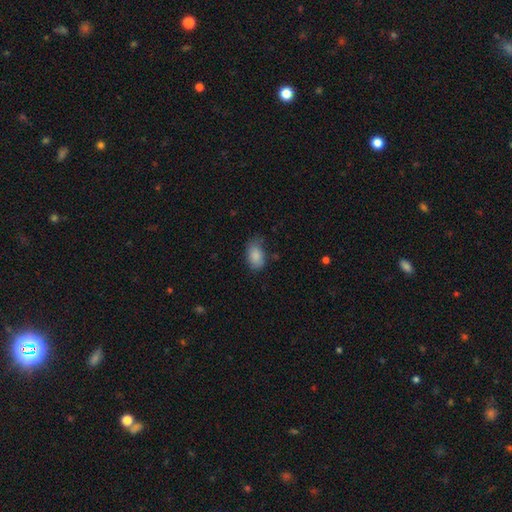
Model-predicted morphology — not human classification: type=smooth (86%); roundness=in between (88%); merging=none (58%).